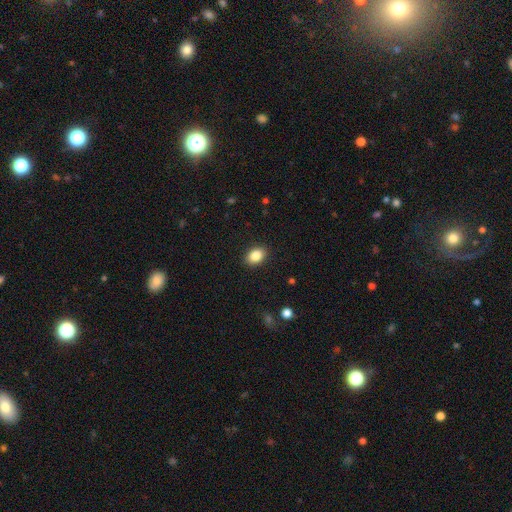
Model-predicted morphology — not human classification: Smooth or featured? smooth (86%)
How rounded? in between (79%)
Merging? none (90%)